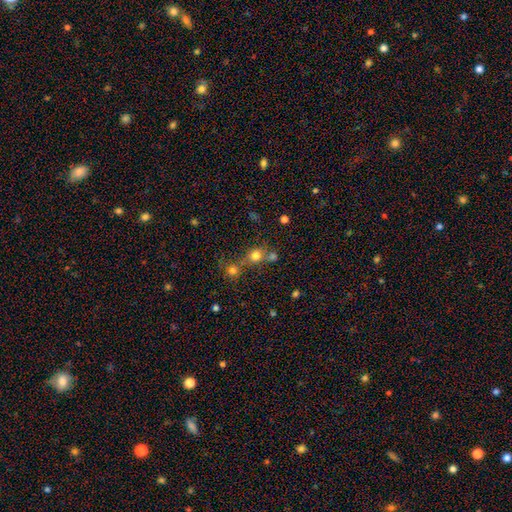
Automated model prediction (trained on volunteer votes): Q: Smooth or featured?
A: smooth (73%); runner-up: star or artifact (17%)
Q: How rounded?
A: round (87%); runner-up: in between (12%)
Q: Merging?
A: none (55%); runner-up: merger (32%)